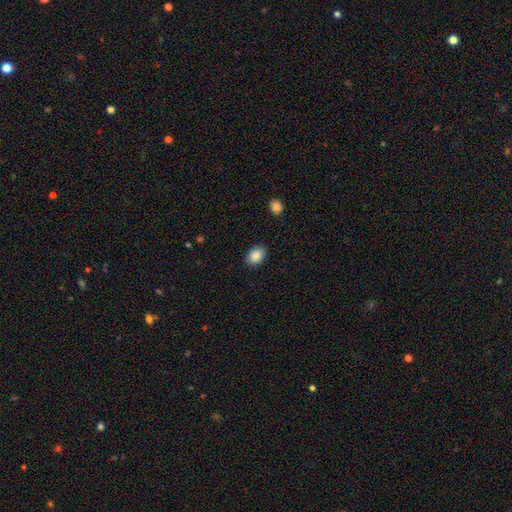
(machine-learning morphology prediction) This is clearly a smooth galaxy (89%). How rounded: likely in between (76%). Merging: clearly none (88%).